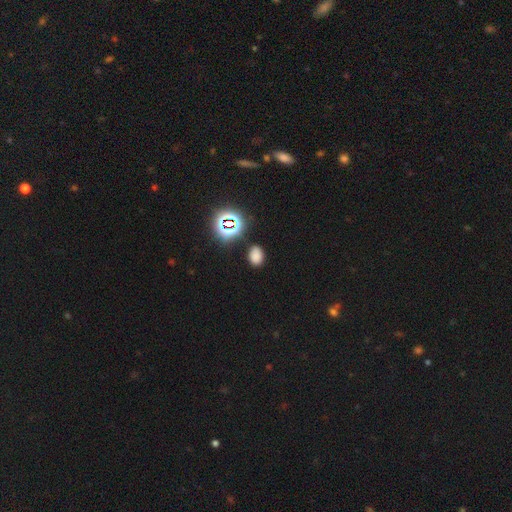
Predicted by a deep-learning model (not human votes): Smooth or featured: smooth — 72% (star or artifact — 23%)
How rounded: in between — 70% (round — 29%)
Merging: none — 81% (minor disturbance — 13%)